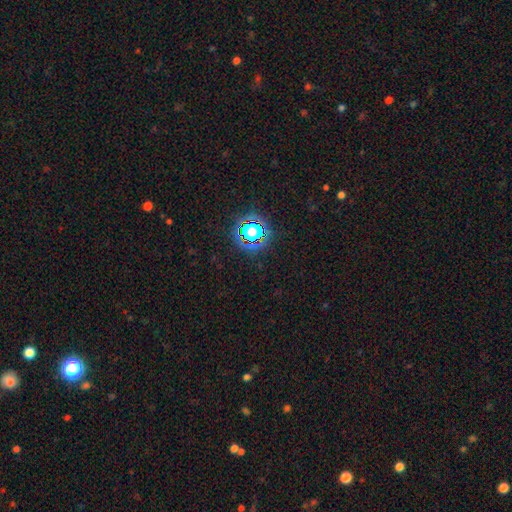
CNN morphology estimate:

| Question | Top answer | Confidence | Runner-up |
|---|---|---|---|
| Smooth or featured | star or artifact | 80% | smooth (13%) |